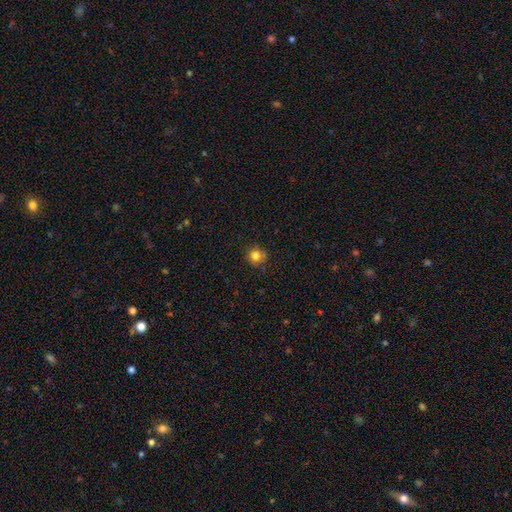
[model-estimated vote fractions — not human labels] A smooth galaxy with no disk features (81%) that is round (91%).

Vote fractions:
- Smooth or featured? smooth: 81% / star or artifact: 12% / featured or disk: 6%
- How rounded? round: 91% / in between: 8% / cigar-shaped: 1%
- Merging? none: 85% / minor disturbance: 11% / major disturbance: 2% / merger: 1%